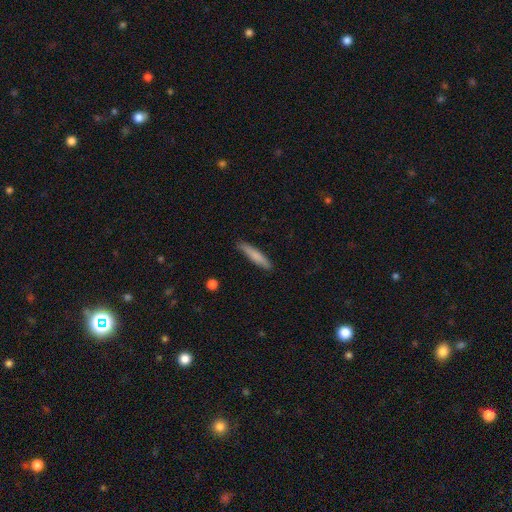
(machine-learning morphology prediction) smooth 78%, featured or disk 16%, star or artifact 6%. Down the decision tree: how rounded — cigar-shaped (90%); merging — none (87%).